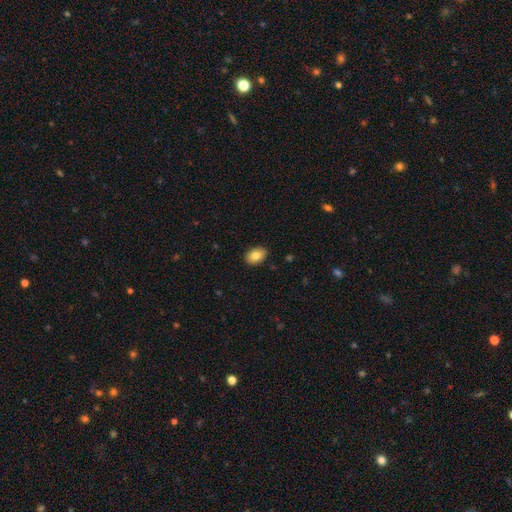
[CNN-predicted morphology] Smooth or featured: smooth — 83% (featured or disk — 9%)
How rounded: in between — 82% (round — 17%)
Merging: none — 88% (minor disturbance — 9%)